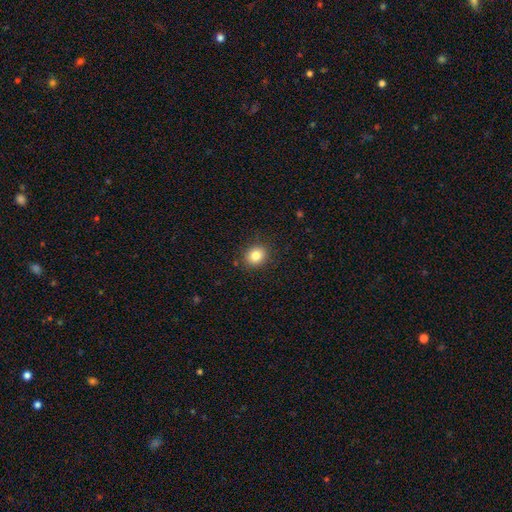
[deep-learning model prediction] Smooth or featured? Predicted: smooth (p=0.83). How rounded? Predicted: round (p=0.65). Merging? Predicted: none (p=0.87).